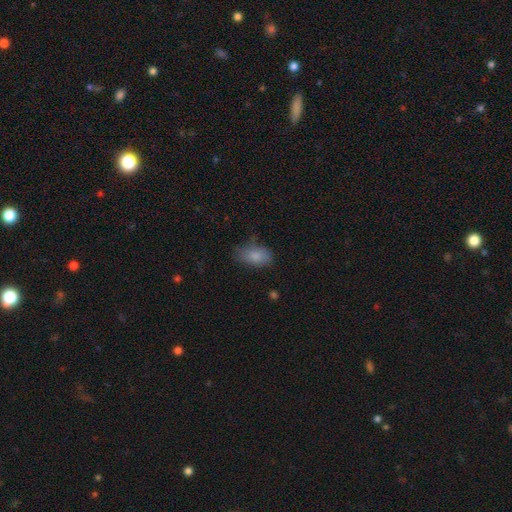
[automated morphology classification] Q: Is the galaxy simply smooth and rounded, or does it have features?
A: smooth — 84%.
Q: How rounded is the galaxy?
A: in between — 90%.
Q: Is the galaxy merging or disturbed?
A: none — 64%.